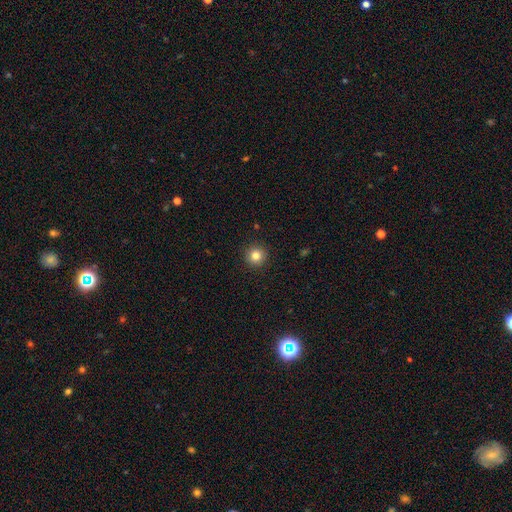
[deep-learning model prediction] smooth-or-featured: smooth: 82% | star or artifact: 12% | featured or disk: 6%
  how-rounded: round: 95% | in between: 4% | cigar-shaped: 1%
  merging: none: 92% | minor disturbance: 5% | major disturbance: 2% | merger: 1%